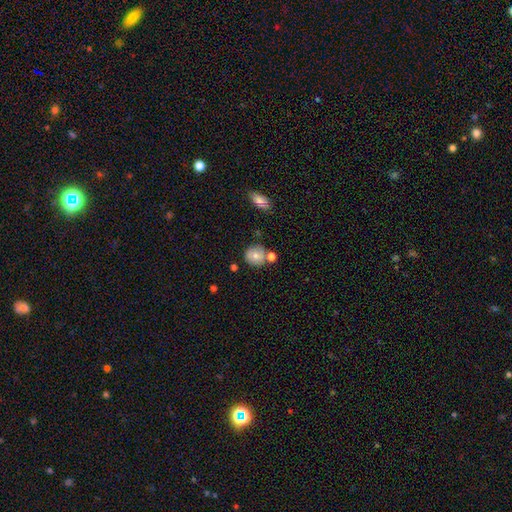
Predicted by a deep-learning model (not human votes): This is likely a smooth galaxy (73%). How rounded: clearly round (87%). Merging: likely none (67%).